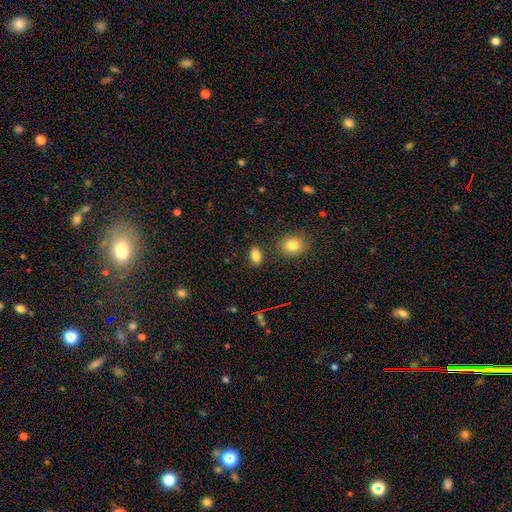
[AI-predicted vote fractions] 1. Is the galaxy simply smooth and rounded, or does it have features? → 84% smooth, 10% star or artifact, 6% featured or disk.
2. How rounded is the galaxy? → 85% in between, 13% round, 3% cigar-shaped.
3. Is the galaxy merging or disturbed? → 84% none, 10% minor disturbance, 4% merger, 3% major disturbance.